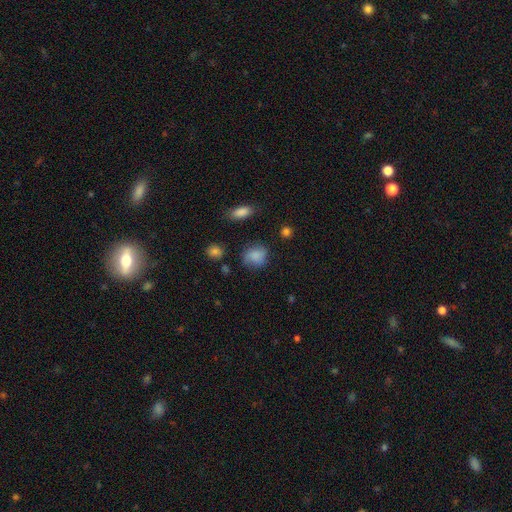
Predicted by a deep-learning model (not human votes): Smooth or featured?
  - smooth: 77% *
  - featured or disk: 14%
  - star or artifact: 9%
How rounded?
  - round: 66% *
  - in between: 33%
  - cigar-shaped: 1%
Merging?
  - none: 65% *
  - minor disturbance: 23%
  - major disturbance: 9%
  - merger: 3%